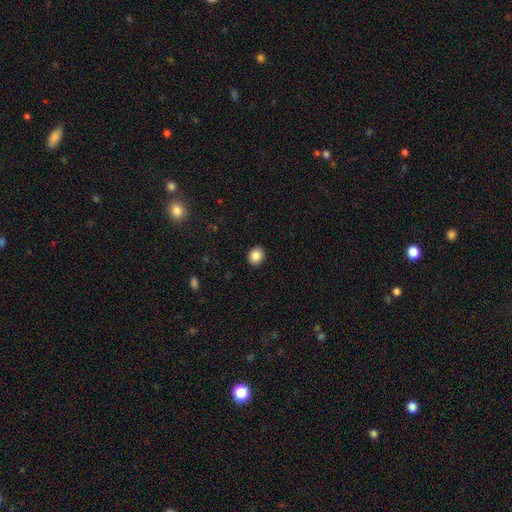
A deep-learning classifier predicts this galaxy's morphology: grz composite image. It shows a smooth galaxy with no disk features (86%) that is round (66%). Merging: none (92%).